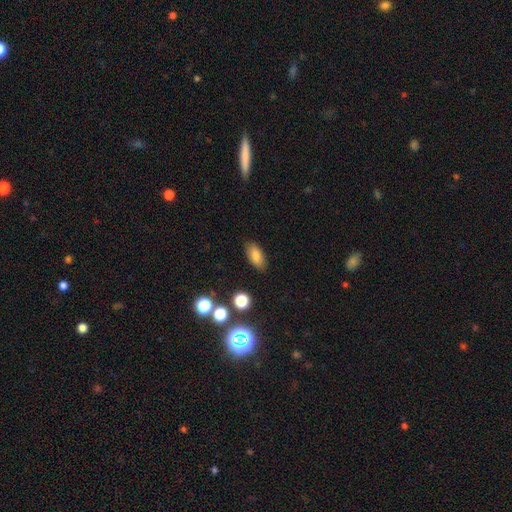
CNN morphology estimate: A smooth galaxy with no disk features (82%) that is in between round and cigar-shaped (88%). Merging: none (86%).